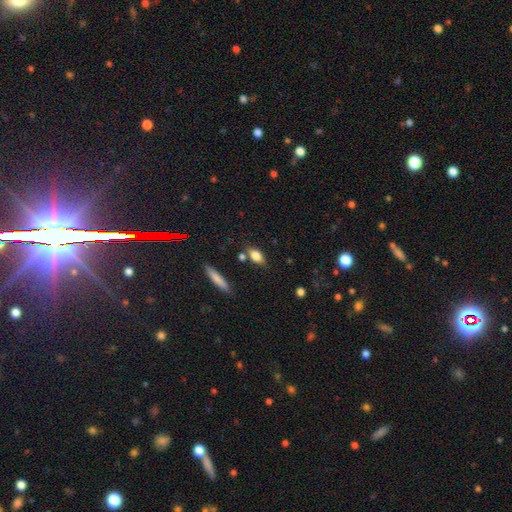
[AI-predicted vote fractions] Smooth or featured?
  - smooth: 78% *
  - featured or disk: 14%
  - star or artifact: 9%
How rounded?
  - in between: 77% *
  - cigar-shaped: 15%
  - round: 8%
Merging?
  - none: 72% *
  - minor disturbance: 15%
  - merger: 9%
  - major disturbance: 4%